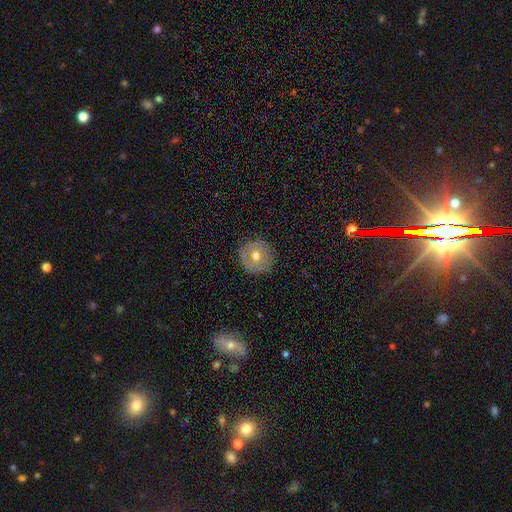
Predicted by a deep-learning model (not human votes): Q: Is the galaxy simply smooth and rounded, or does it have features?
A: smooth — 60%.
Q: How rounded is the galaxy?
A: round — 95%.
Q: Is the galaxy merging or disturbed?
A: none — 87%.